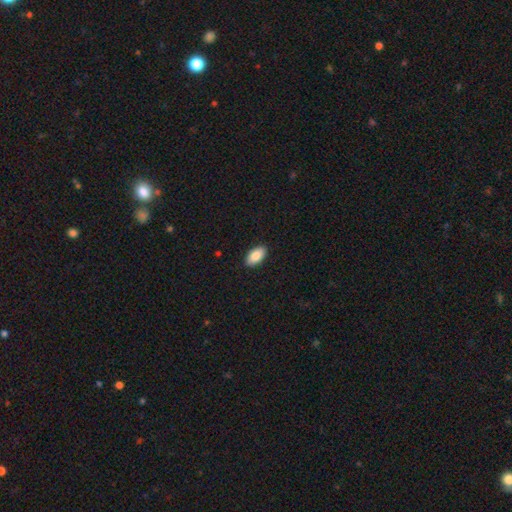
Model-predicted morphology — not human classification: The model was most divided on "smooth or featured": smooth: 86%, featured or disk: 7%, star or artifact: 6%. More confident: how rounded — in between (94%); merging — none (90%).